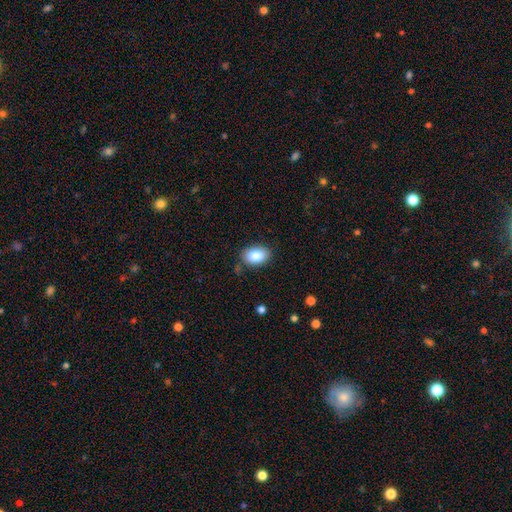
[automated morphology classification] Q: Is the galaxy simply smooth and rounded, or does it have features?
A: smooth — 85%.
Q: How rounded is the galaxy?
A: in between — 85%.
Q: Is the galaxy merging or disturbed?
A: none — 83%.